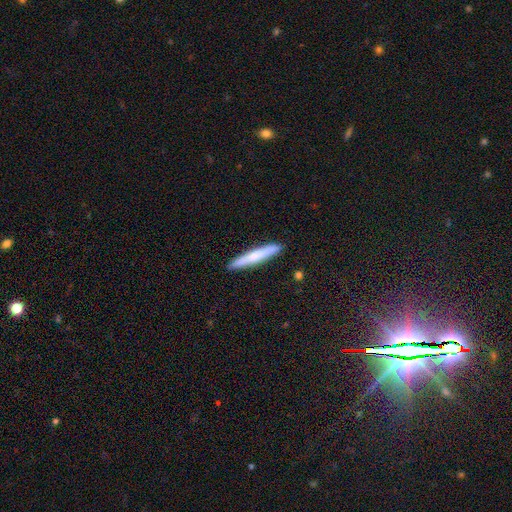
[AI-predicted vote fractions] This is likely a smooth galaxy (63%). How rounded: clearly cigar-shaped (95%). Merging: clearly none (91%).